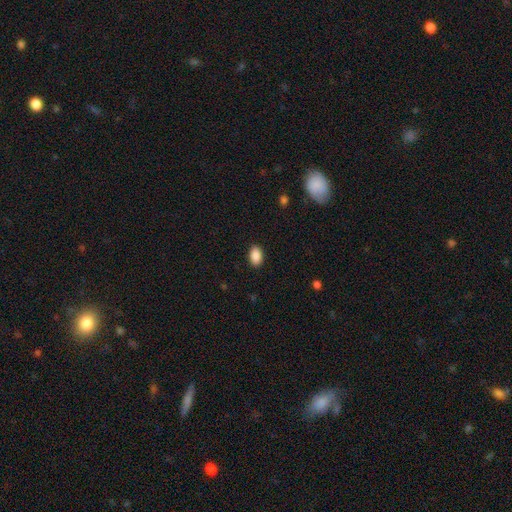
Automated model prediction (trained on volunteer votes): Smooth or featured: smooth — 90% (star or artifact — 7%)
How rounded: in between — 90% (round — 8%)
Merging: none — 90% (minor disturbance — 7%)